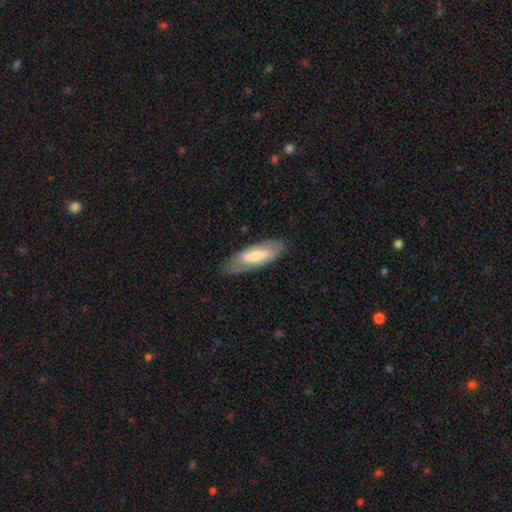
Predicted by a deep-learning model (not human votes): A featured or disk galaxy (51%). Merging: none (78%).